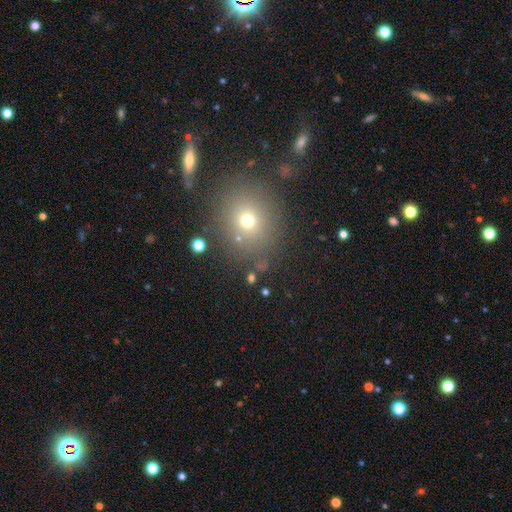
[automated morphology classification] type=smooth (56%); roundness=round (81%); merging=none (83%).